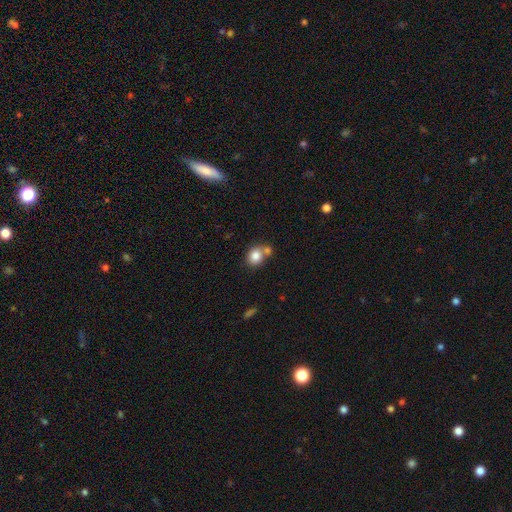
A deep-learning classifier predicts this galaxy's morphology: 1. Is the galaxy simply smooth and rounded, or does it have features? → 82% smooth, 9% star or artifact, 8% featured or disk.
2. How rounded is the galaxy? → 66% round, 34% in between, 1% cigar-shaped.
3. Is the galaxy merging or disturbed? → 50% none, 36% merger, 11% minor disturbance, 4% major disturbance.